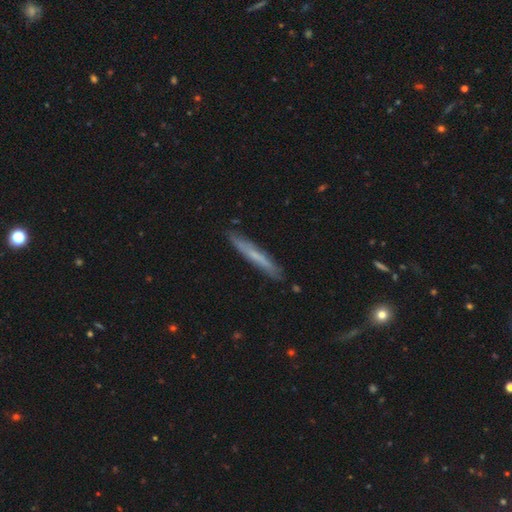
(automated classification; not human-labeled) This is possibly a smooth galaxy (55%). How rounded: clearly cigar-shaped (96%). Merging: clearly none (86%).